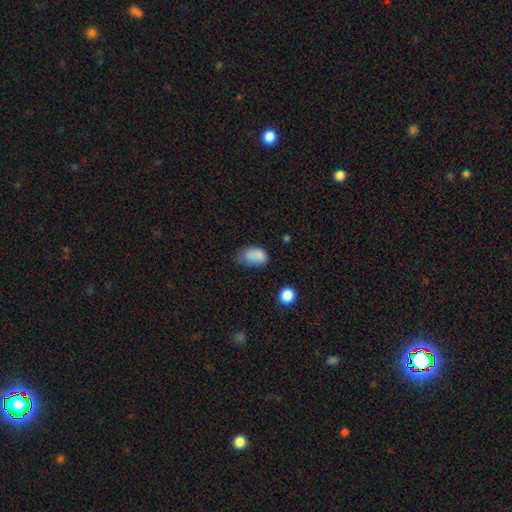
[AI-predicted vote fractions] A smooth galaxy with no disk features (80%) that is in between round and cigar-shaped (86%). Merging: none (41%).